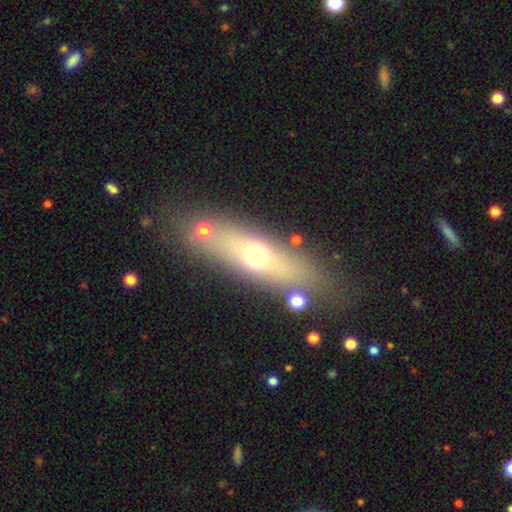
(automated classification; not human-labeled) A smooth galaxy with no disk features (51%) that is cigar-shaped (55%).

Vote fractions:
- Smooth or featured? smooth: 51% / featured or disk: 39% / star or artifact: 10%
- How rounded? cigar-shaped: 55% / in between: 41% / round: 5%
- Merging? none: 78% / minor disturbance: 12% / merger: 5% / major disturbance: 5%